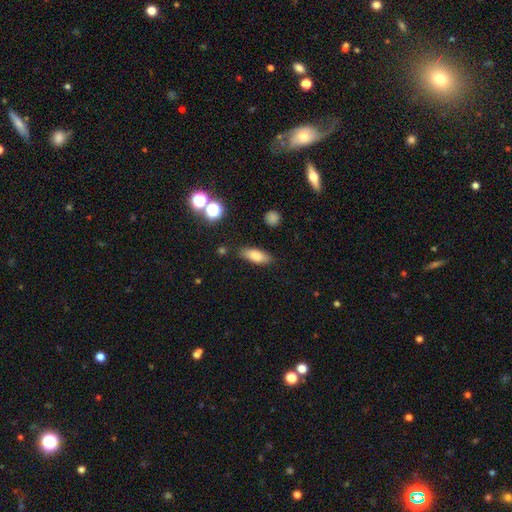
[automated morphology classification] This appears to be a smooth galaxy with no disk features (81%) that is in between round and cigar-shaped (70%). Merging: none (82%).